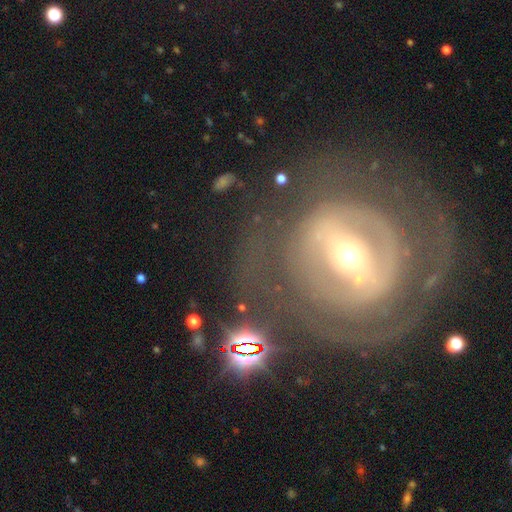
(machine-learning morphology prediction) The model was most divided on "bar": strong: 39%, weak: 31%, no: 29%. More confident: edge-on disk — no (95%); smooth or featured — featured or disk (73%); bulge size — small (64%); spiral arms — yes (64%); merging — none (61%).